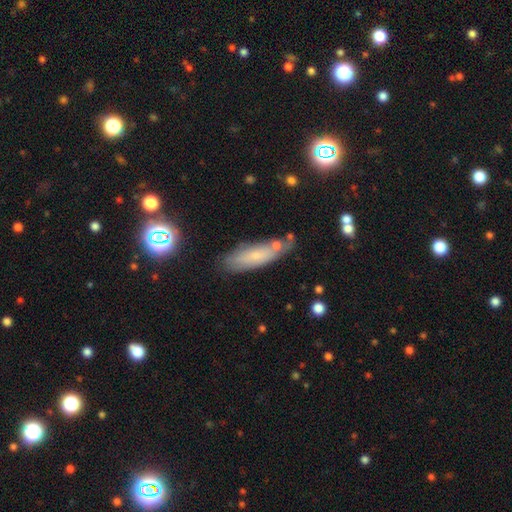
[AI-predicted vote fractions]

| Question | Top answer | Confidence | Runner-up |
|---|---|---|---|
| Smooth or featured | smooth | 64% | featured or disk (26%) |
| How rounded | cigar-shaped | 50% | in between (48%) |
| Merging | none | 62% | minor disturbance (22%) |